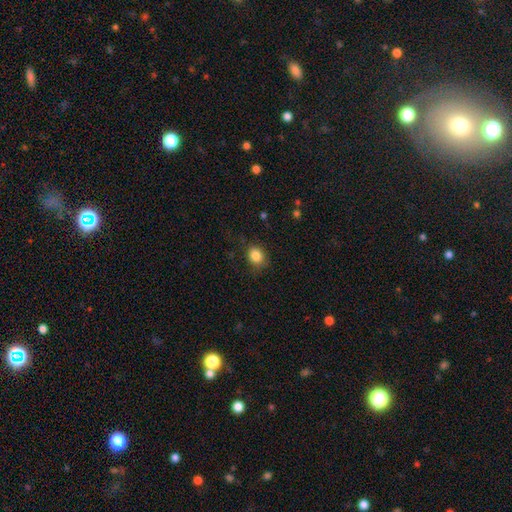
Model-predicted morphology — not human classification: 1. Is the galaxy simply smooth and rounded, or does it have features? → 85% smooth, 10% star or artifact, 5% featured or disk.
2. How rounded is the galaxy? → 57% round, 42% in between, 1% cigar-shaped.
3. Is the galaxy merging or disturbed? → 77% none, 17% minor disturbance, 5% major disturbance, 1% merger.